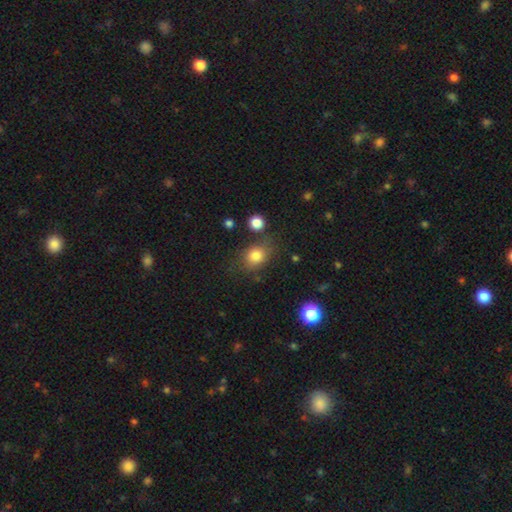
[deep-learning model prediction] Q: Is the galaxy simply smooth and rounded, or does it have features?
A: smooth — 80%.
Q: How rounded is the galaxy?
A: round — 55%.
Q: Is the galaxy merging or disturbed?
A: none — 70%.